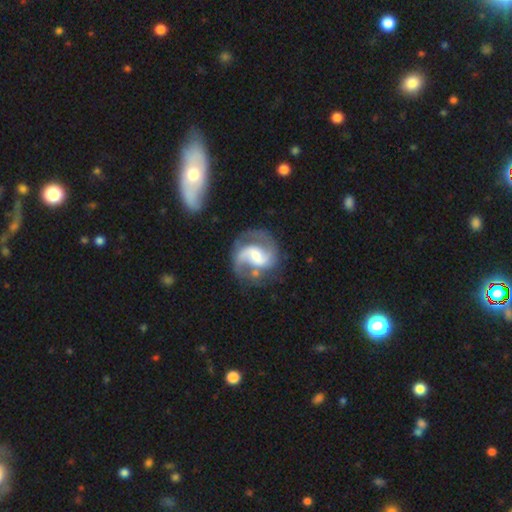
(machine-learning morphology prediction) Overall: featured or disk (89%). Edge-on disk: no (98%). Bar: weak (47%; no 32%). Spiral arms: yes (97%). Spiral arm count: 2 (88%). Spiral winding: medium (57%; loose 25%). Bulge size: moderate (47%; small 39%). Merging: none (67%).